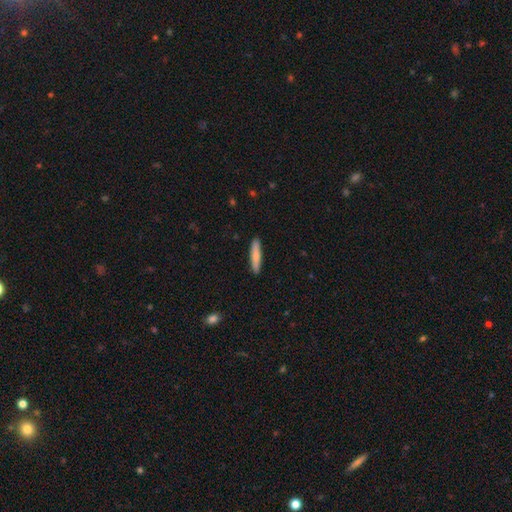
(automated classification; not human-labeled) smooth-or-featured: smooth: 78% | featured or disk: 17% | star or artifact: 5%
  how-rounded: cigar-shaped: 89% | in between: 10% | round: 1%
  merging: none: 91% | minor disturbance: 7% | major disturbance: 1% | merger: 1%